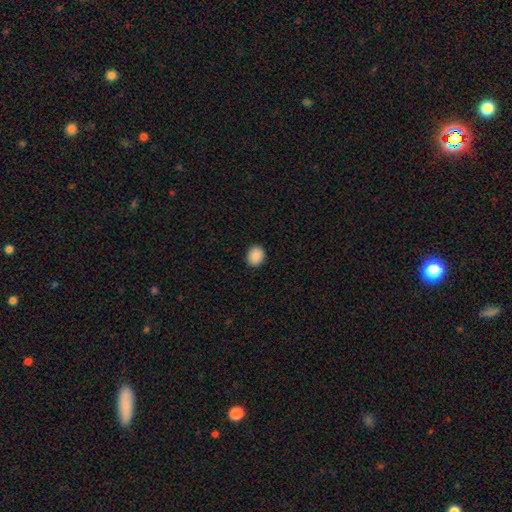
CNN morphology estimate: Smooth or featured? Predicted: smooth (p=0.89). How rounded? Predicted: round (p=0.74). Merging? Predicted: none (p=0.91).